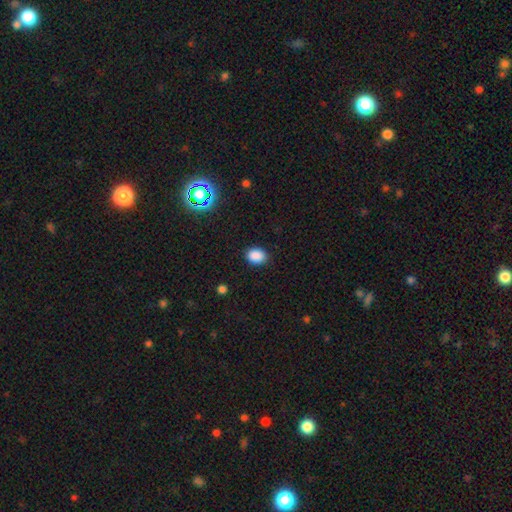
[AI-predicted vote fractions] Smooth or featured? smooth (87%)
How rounded? in between (72%)
Merging? none (87%)